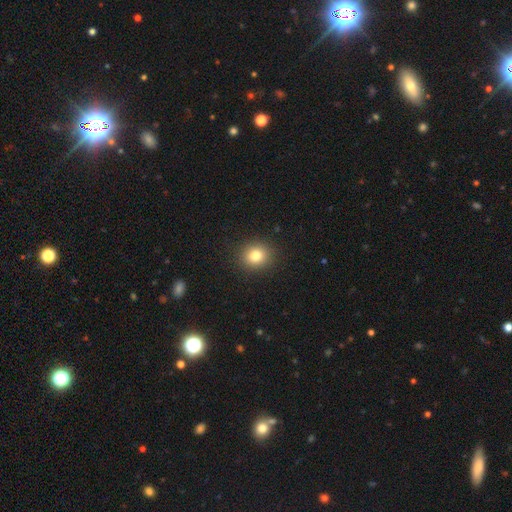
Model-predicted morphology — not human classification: Smooth or featured? Predicted: smooth (p=0.81). How rounded? Predicted: round (p=0.79). Merging? Predicted: none (p=0.90).